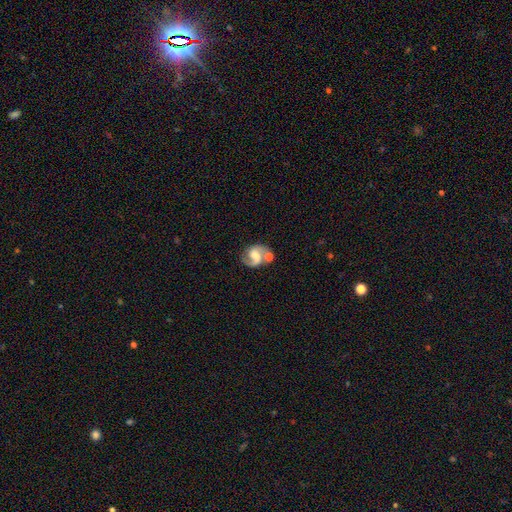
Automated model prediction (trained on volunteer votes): featured or disk 79%, smooth 14%, star or artifact 6%. Down the decision tree: edge-on disk — no (98%); bar — weak (46%); spiral arms — yes (94%); spiral arm count — 2 (83%); spiral winding — medium (54%); bulge size — moderate (44%); merging — none (54%).